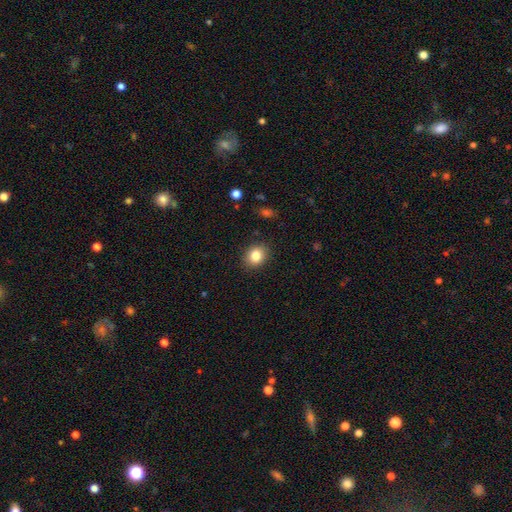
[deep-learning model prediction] Smooth or featured? Predicted: smooth (p=0.83). How rounded? Predicted: round (p=0.62). Merging? Predicted: none (p=0.89).